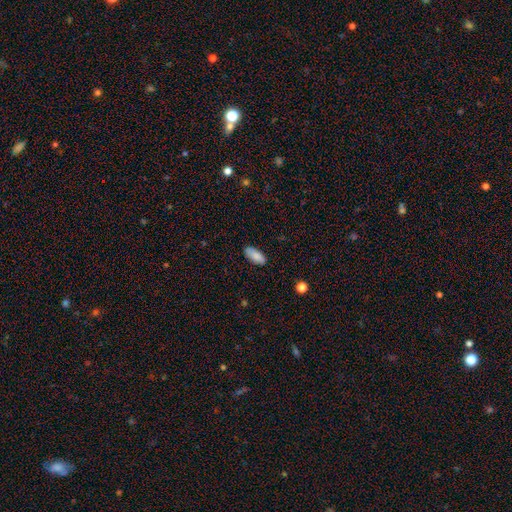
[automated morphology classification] Smooth or featured? Predicted: smooth (p=0.87). How rounded? Predicted: in between (p=0.85). Merging? Predicted: none (p=0.86).